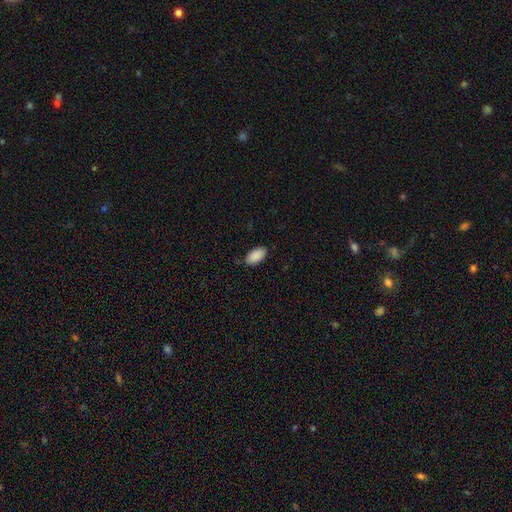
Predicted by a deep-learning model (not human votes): This appears to be a smooth galaxy with no disk features (90%) that is in between round and cigar-shaped (95%). Merging: none (83%).